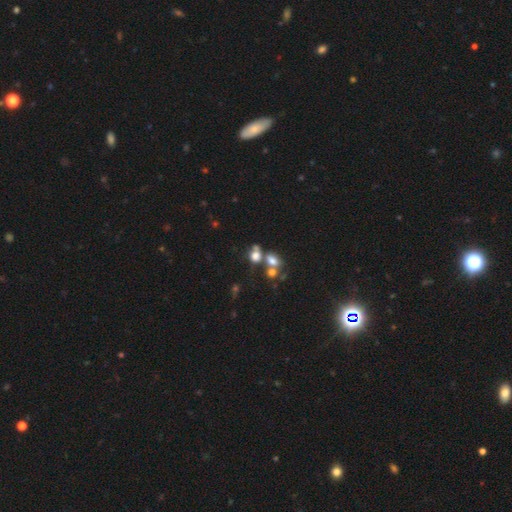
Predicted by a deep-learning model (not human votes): This is likely a smooth galaxy (69%). How rounded: possibly round (53%). Merging: possibly merger (46%).